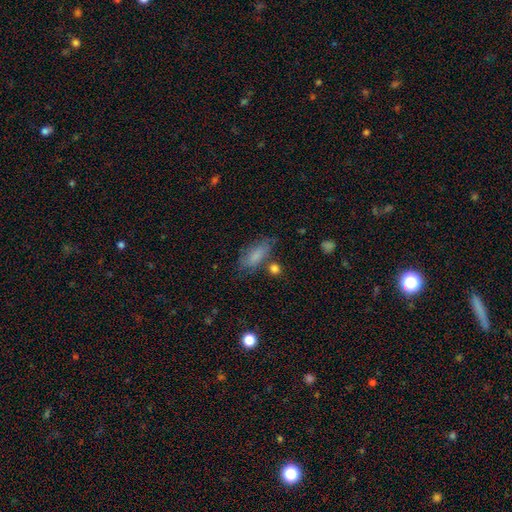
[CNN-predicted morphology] Q: Smooth or featured?
A: smooth (78%); runner-up: featured or disk (14%)
Q: How rounded?
A: in between (82%); runner-up: cigar-shaped (14%)
Q: Merging?
A: none (62%); runner-up: minor disturbance (22%)